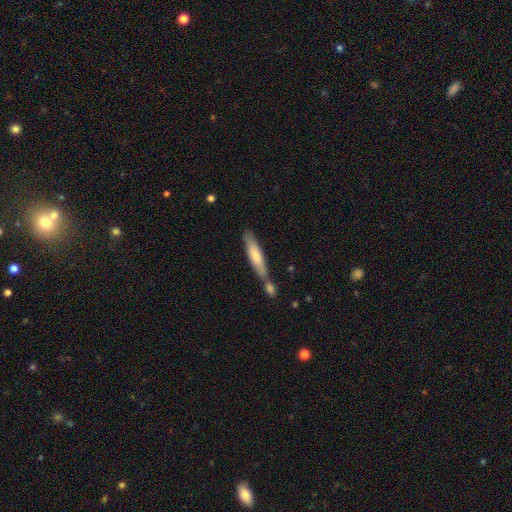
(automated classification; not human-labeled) Morphology: type=smooth (69%); roundness=cigar-shaped (82%); merging=none (55%).